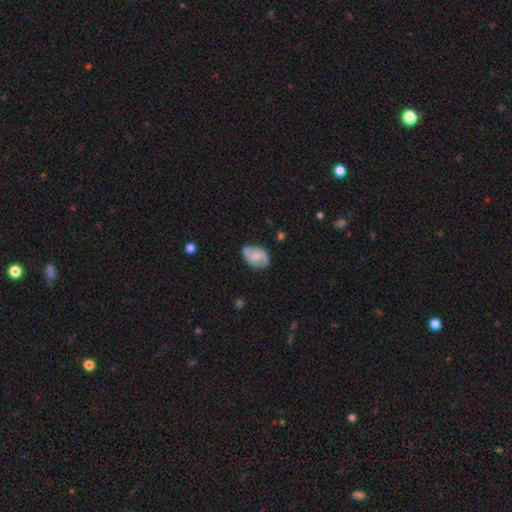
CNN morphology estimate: Smooth or featured?
  - featured or disk: 59% *
  - smooth: 34%
  - star or artifact: 7%
Edge-on disk?
  - no: 96% *
  - yes: 4%
Bar?
  - no: 51% *
  - weak: 38%
  - strong: 11%
Spiral arms?
  - yes: 77% *
  - no: 23%
Bulge size?
  - moderate: 48% *
  - small: 44%
  - none: 5%
  - large: 2%
  - dominant: 1%
Merging?
  - none: 62% *
  - minor disturbance: 28%
  - major disturbance: 7%
  - merger: 3%